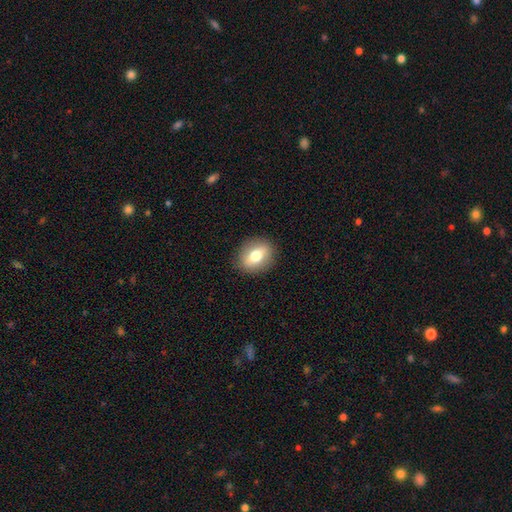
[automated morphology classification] Smooth or featured? smooth (67%)
How rounded? in between (54%)
Merging? none (89%)